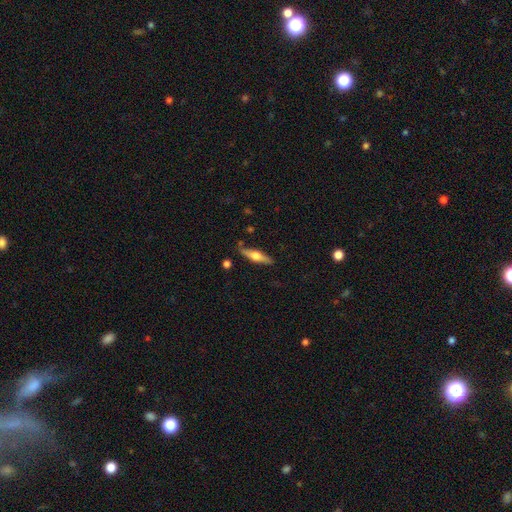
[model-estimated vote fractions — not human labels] This appears to be a featured or disk galaxy (54%) viewed edge-on (93%) with a rounded central bulge (93%). Merging: none (83%).